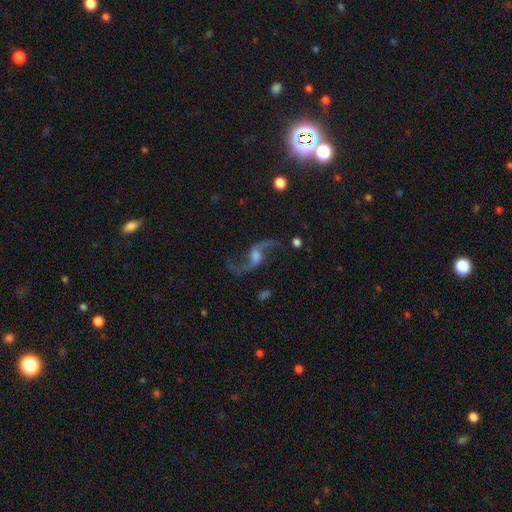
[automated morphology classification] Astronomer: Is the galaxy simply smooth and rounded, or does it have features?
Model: featured or disk — 88%.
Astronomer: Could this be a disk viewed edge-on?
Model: no — 95%.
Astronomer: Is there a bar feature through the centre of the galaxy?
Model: weak — 44% (runner-up: no, 39%).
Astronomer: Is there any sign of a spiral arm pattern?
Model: yes — 96%.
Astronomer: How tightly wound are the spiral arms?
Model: loose — 90%.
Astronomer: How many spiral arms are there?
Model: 2 — 94%.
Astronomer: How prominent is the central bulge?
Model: moderate — 34% (runner-up: none, 22%).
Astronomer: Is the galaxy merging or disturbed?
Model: none — 71%.